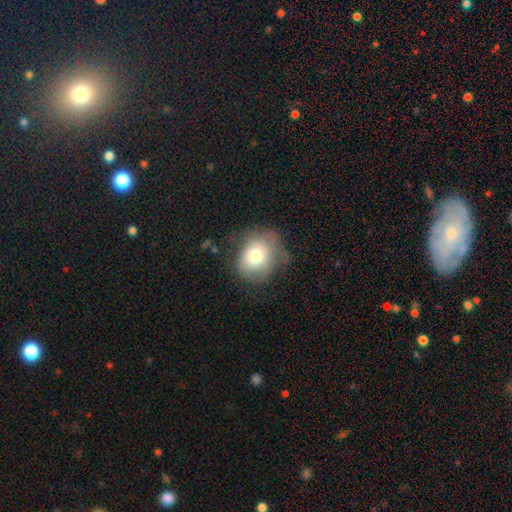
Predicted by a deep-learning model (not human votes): Q: Smooth or featured?
A: smooth (73%); runner-up: featured or disk (17%)
Q: How rounded?
A: round (63%); runner-up: in between (36%)
Q: Merging?
A: none (50%); runner-up: minor disturbance (32%)